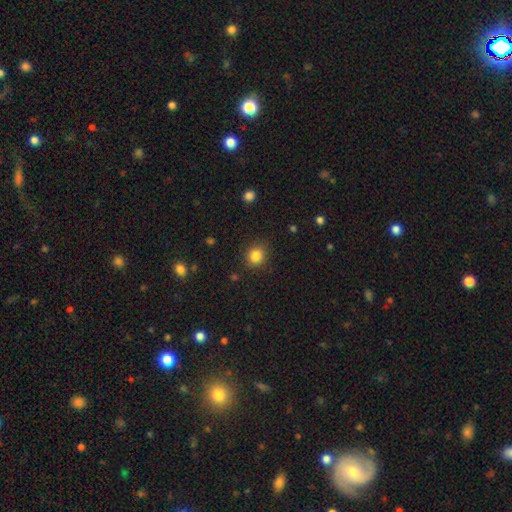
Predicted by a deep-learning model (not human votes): Smooth or featured?
  - smooth: 85% *
  - star or artifact: 11%
  - featured or disk: 4%
How rounded?
  - round: 75% *
  - in between: 24%
  - cigar-shaped: 1%
Merging?
  - none: 84% *
  - minor disturbance: 11%
  - major disturbance: 3%
  - merger: 2%